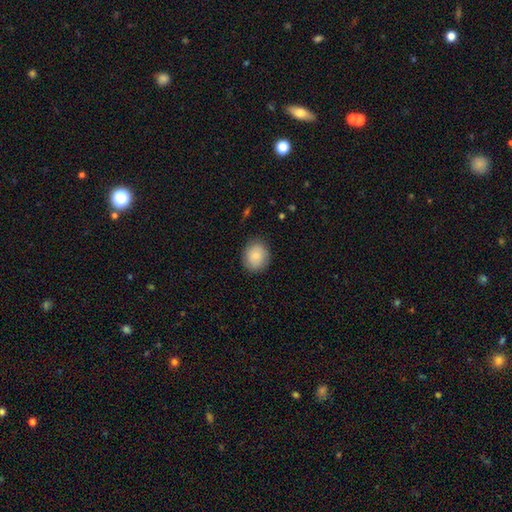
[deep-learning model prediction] Smooth or featured? smooth (85%)
How rounded? round (68%)
Merging? none (86%)